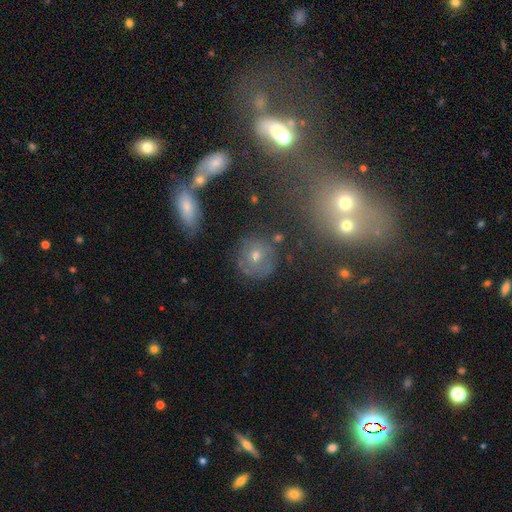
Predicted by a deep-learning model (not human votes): Overall: smooth (52%; featured or disk 29%). How rounded: round (85%). Merging: none (73%).